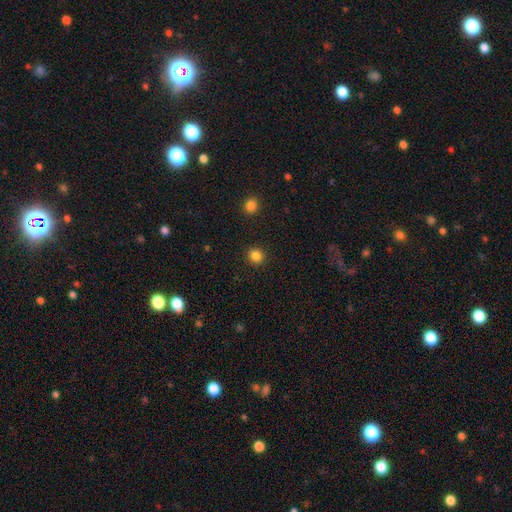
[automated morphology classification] smooth-or-featured: smooth: 84% | star or artifact: 12% | featured or disk: 4%
  how-rounded: round: 91% | in between: 8% | cigar-shaped: 1%
  merging: none: 92% | minor disturbance: 5% | major disturbance: 2% | merger: 1%